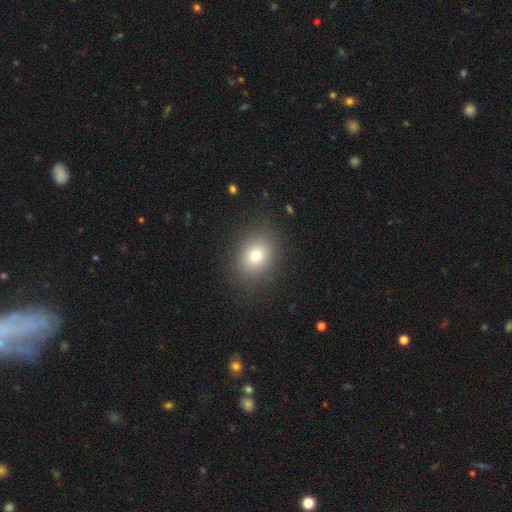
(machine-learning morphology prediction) A smooth galaxy with no disk features (77%) that is round (50%). Merging: none (87%).